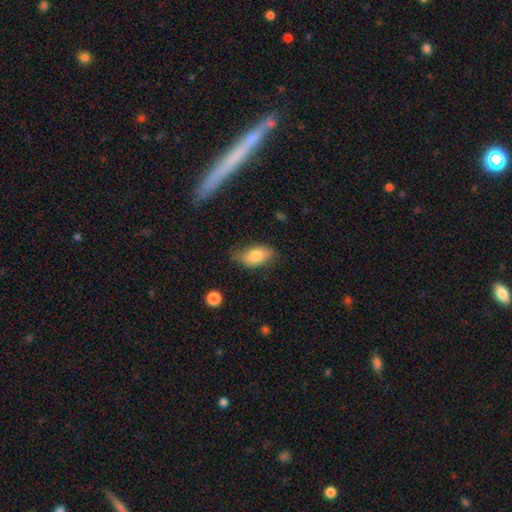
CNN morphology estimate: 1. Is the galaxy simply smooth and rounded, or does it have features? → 80% smooth, 13% featured or disk, 7% star or artifact.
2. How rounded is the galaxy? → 91% in between, 5% cigar-shaped, 4% round.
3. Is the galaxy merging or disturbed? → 67% none, 25% minor disturbance, 6% major disturbance, 2% merger.